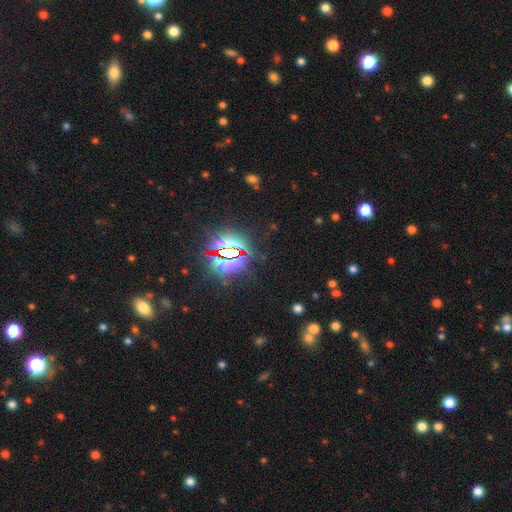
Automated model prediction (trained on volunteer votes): Smooth or featured: star or artifact — 78% (smooth — 14%)